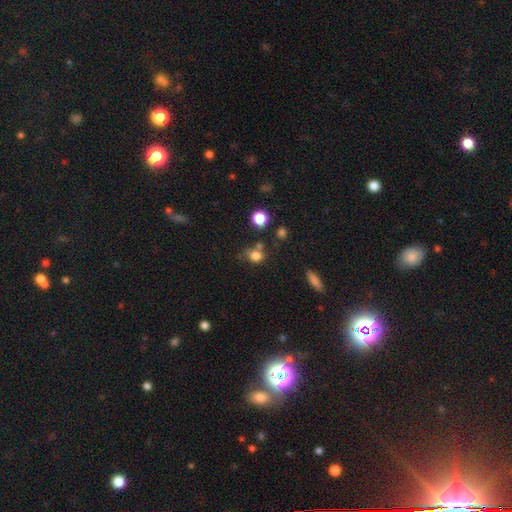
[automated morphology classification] The model was most divided on "how rounded": round: 65%, in between: 34%, cigar-shaped: 1%. More confident: smooth or featured — smooth (78%); merging — none (55%).